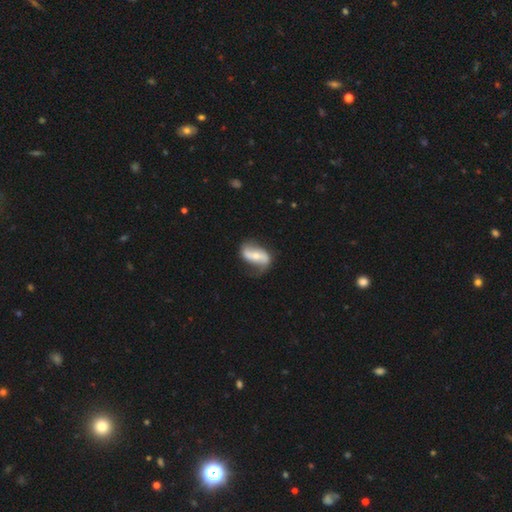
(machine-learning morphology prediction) Overall: featured or disk (69%). Edge-on disk: no (93%). Bar: strong (37%; no 35%). Spiral arms: yes (86%). Spiral arm count: 2 (88%). Spiral winding: loose (67%). Bulge size: small (46%, tied with moderate). Merging: none (63%; minor disturbance 24%).